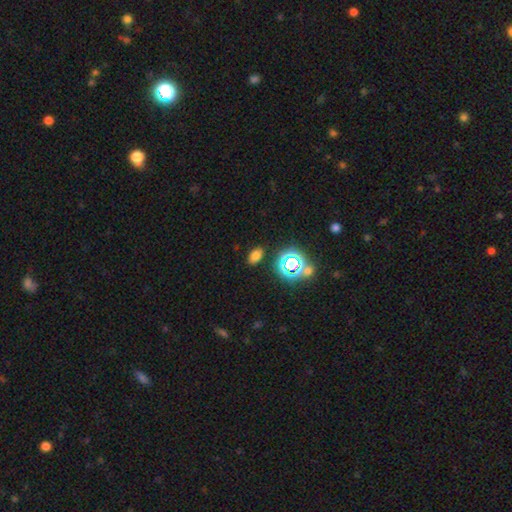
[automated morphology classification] This appears to be a smooth galaxy with no disk features (69%) that is in between round and cigar-shaped (86%). Merging: none (85%).